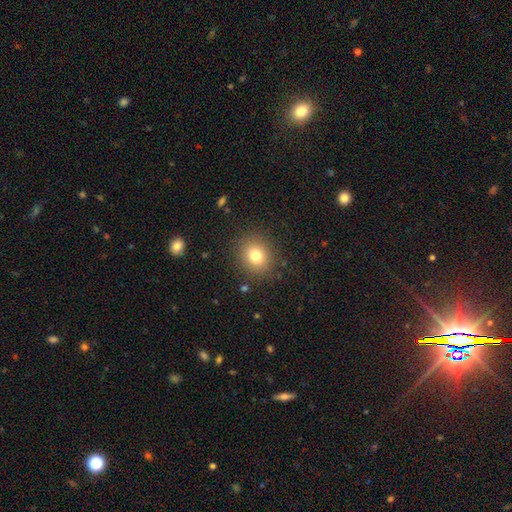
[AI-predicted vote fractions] A smooth galaxy with no disk features (77%) that is round (78%). Merging: none (88%).